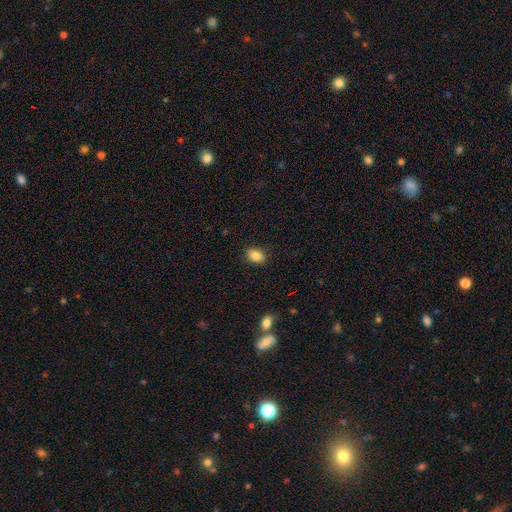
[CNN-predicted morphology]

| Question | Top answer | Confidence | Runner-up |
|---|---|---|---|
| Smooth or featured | smooth | 85% | star or artifact (9%) |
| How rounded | in between | 72% | round (27%) |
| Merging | none | 88% | minor disturbance (9%) |